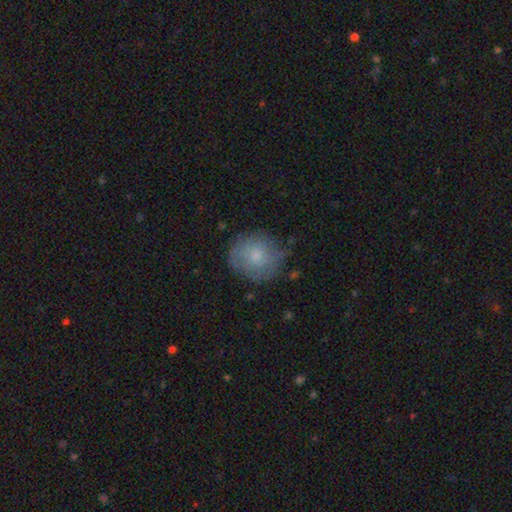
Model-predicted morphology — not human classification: Q: Smooth or featured?
A: smooth (68%); runner-up: featured or disk (24%)
Q: How rounded?
A: round (84%); runner-up: in between (15%)
Q: Merging?
A: none (69%); runner-up: minor disturbance (23%)